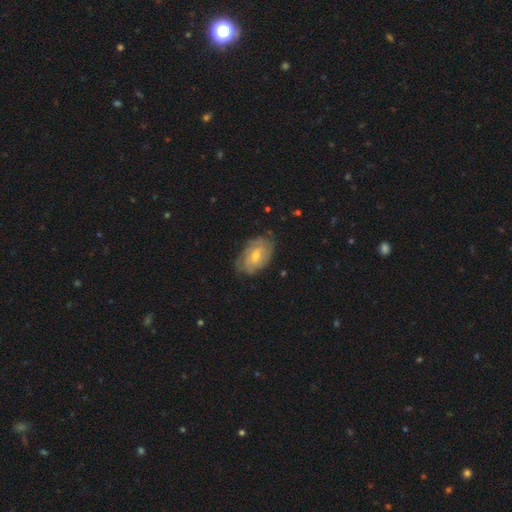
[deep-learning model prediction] A featured or disk galaxy (56%) with no bar (53%), spiral arms (75%) and a moderate central bulge (53%).

Vote fractions:
- Smooth or featured? featured or disk: 56% / smooth: 37% / star or artifact: 7%
- Edge-on disk? no: 95% / yes: 5%
- Bar? no: 53% / weak: 41% / strong: 6%
- Spiral arms? yes: 75% / no: 25%
- Bulge size? moderate: 53% / small: 40% / none: 3% / large: 3% / dominant: 1%
- Merging? none: 70% / minor disturbance: 23% / major disturbance: 6% / merger: 1%